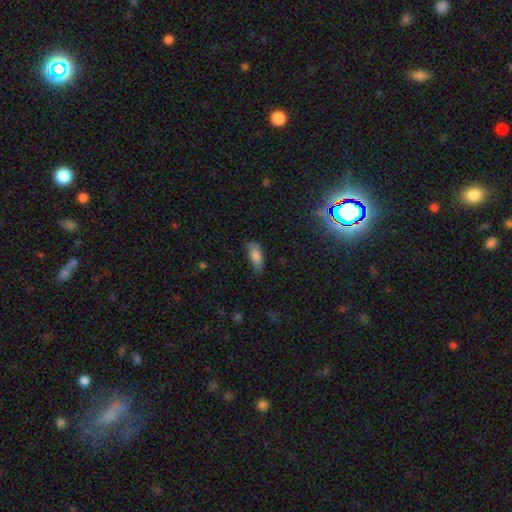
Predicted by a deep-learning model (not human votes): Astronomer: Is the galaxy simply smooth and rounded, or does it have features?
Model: smooth — 82%.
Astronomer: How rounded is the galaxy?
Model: in between — 83%.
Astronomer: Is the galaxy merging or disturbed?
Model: none — 68%.